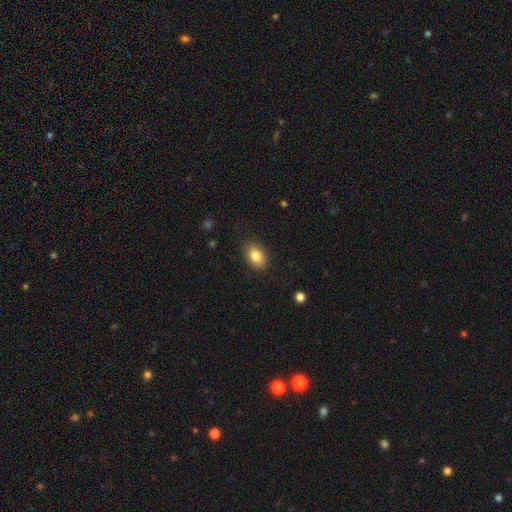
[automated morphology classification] smooth 84%, star or artifact 8%, featured or disk 7%. Down the decision tree: how rounded — in between (83%); merging — none (85%).